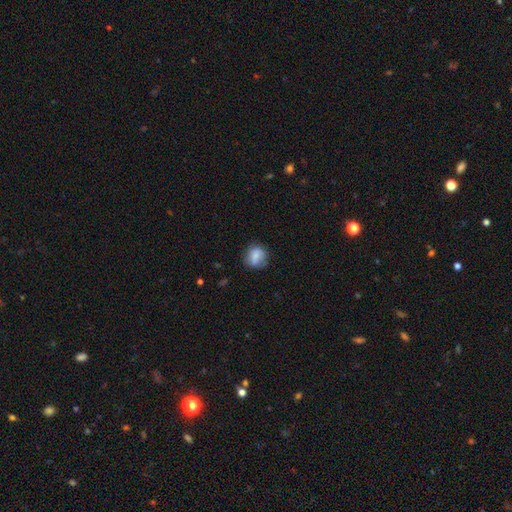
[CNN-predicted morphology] smooth-or-featured: smooth: 76% | featured or disk: 16% | star or artifact: 9%
  how-rounded: round: 75% | in between: 24% | cigar-shaped: 1%
  merging: none: 69% | minor disturbance: 22% | major disturbance: 7% | merger: 2%